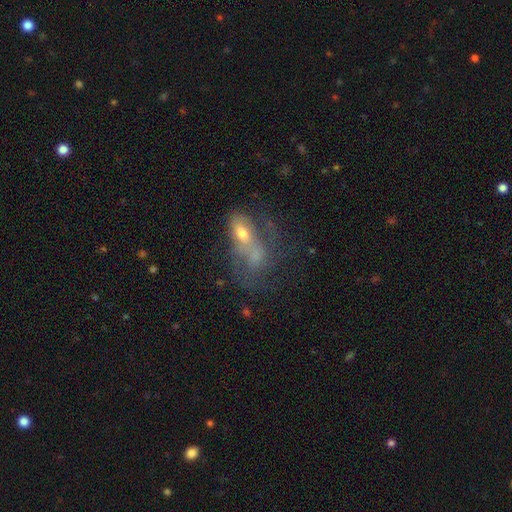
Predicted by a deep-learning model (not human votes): A featured or disk galaxy (47%). Merging: merger (38%).